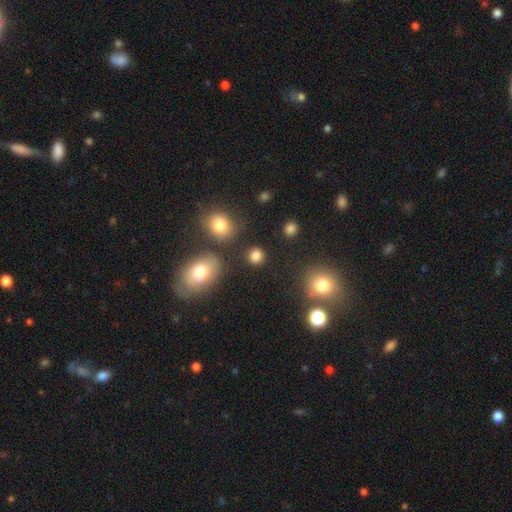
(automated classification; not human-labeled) A smooth galaxy with no disk features (83%) that is round (83%). Merging: none (84%).